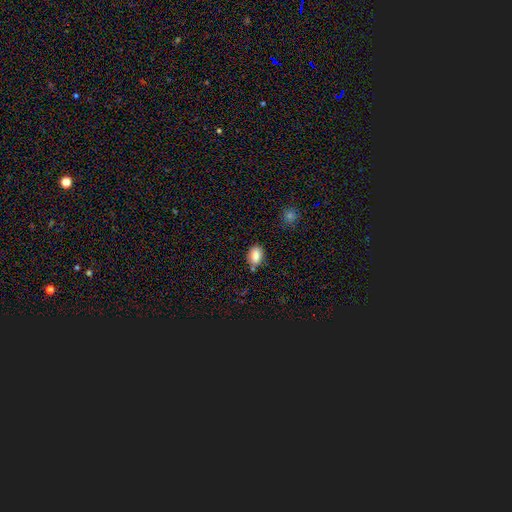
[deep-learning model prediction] Smooth or featured? smooth (84%)
How rounded? in between (76%)
Merging? none (74%)